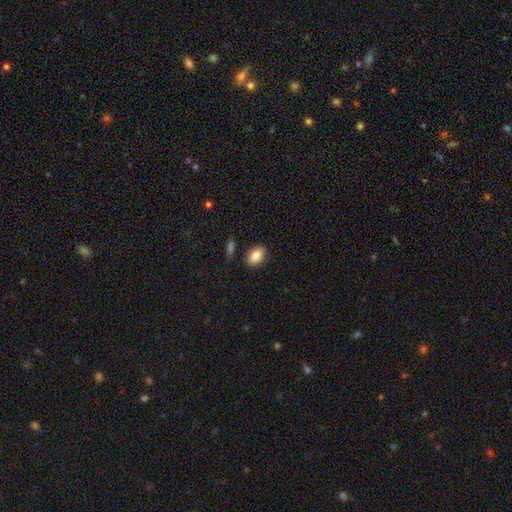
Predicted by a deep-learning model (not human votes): Smooth or featured?
  - smooth: 83% *
  - featured or disk: 9%
  - star or artifact: 7%
How rounded?
  - in between: 85% *
  - round: 14%
  - cigar-shaped: 1%
Merging?
  - none: 85% *
  - minor disturbance: 10%
  - merger: 3%
  - major disturbance: 2%